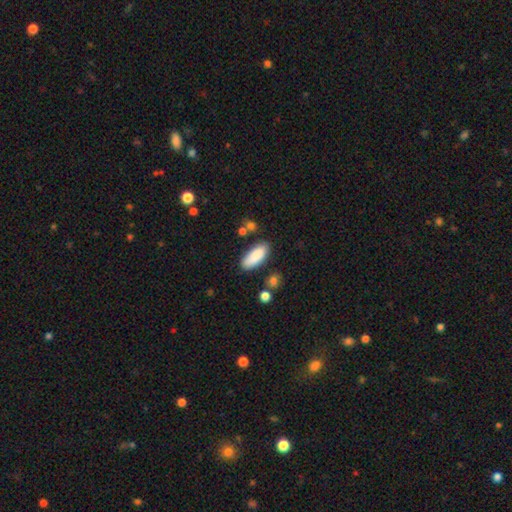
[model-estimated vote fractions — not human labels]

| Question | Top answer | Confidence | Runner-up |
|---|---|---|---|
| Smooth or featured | smooth | 86% | featured or disk (7%) |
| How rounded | in between | 81% | cigar-shaped (17%) |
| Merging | none | 75% | minor disturbance (16%) |